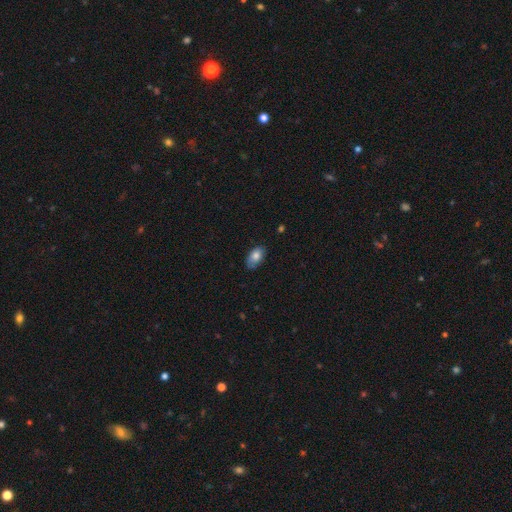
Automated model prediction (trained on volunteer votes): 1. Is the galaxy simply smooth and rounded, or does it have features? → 80% smooth, 13% featured or disk, 7% star or artifact.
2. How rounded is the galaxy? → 93% in between, 5% round, 2% cigar-shaped.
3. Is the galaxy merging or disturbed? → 77% none, 19% minor disturbance, 3% major disturbance, 1% merger.